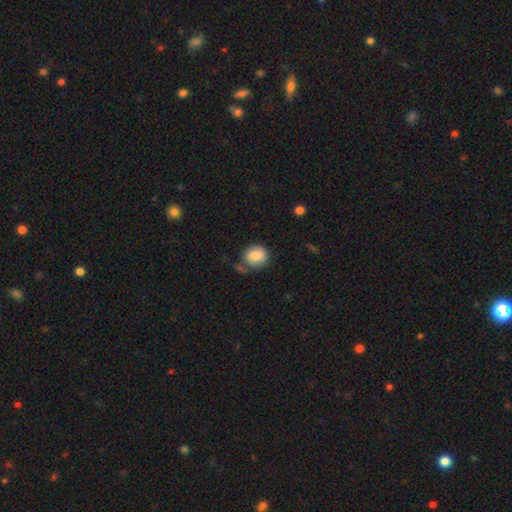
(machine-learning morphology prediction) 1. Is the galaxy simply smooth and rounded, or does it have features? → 85% smooth, 7% star or artifact, 7% featured or disk.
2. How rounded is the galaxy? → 71% round, 28% in between, 1% cigar-shaped.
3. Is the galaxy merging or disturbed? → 60% none, 23% minor disturbance, 9% merger, 8% major disturbance.